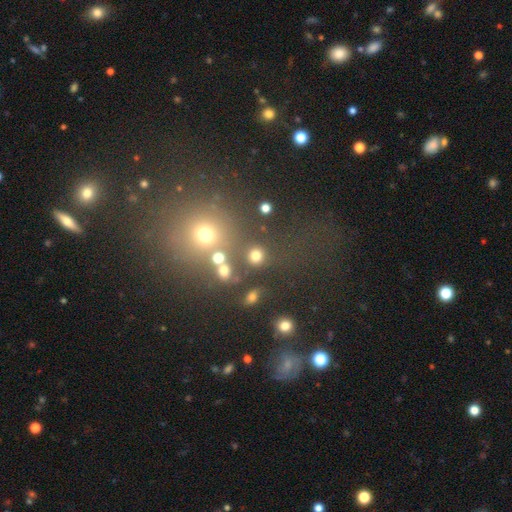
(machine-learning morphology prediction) A smooth galaxy with no disk features (77%) that is round (87%). Merging: none (73%).